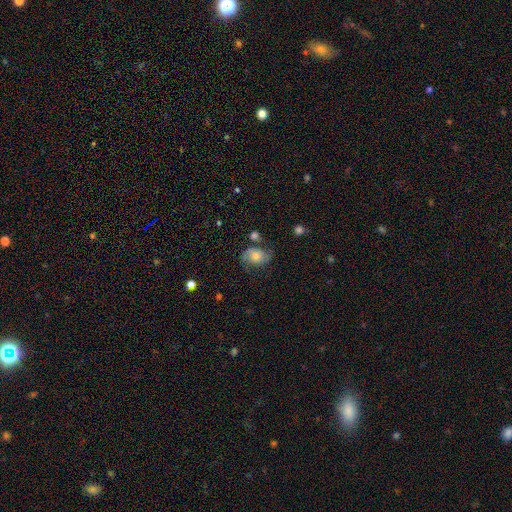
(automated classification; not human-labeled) Smooth or featured? featured or disk (54%)
Edge-on disk? no (96%)
Bar? no (77%)
Spiral arms? yes (84%)
Bulge size? moderate (53%)
Merging? none (59%)